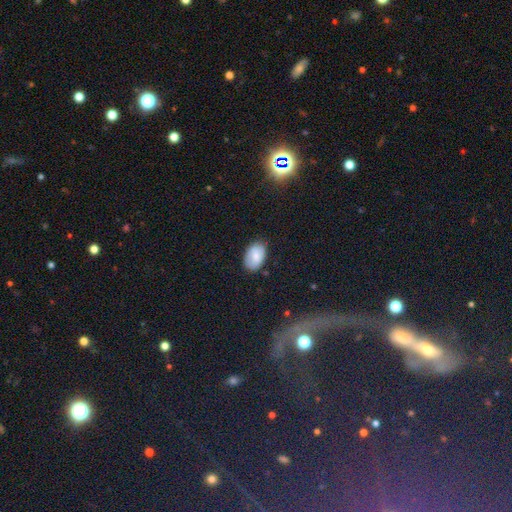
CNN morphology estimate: smooth_or_featured: smooth (p=0.78) [alt: featured or disk p=0.14]
how_rounded: in between (p=0.91) [alt: round p=0.08]
merging: none (p=0.80) [alt: minor disturbance p=0.15]